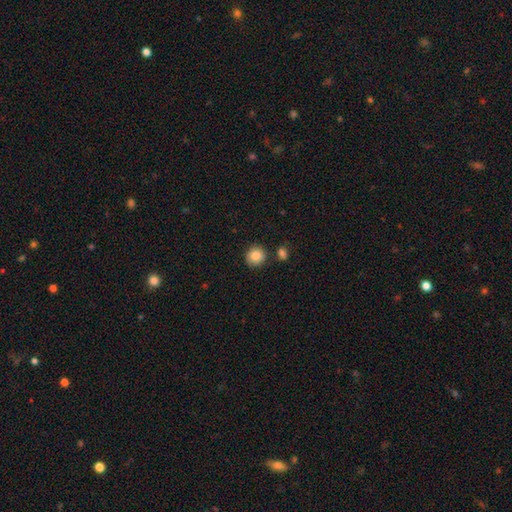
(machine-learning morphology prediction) Smooth or featured? smooth (87%)
How rounded? round (90%)
Merging? none (84%)